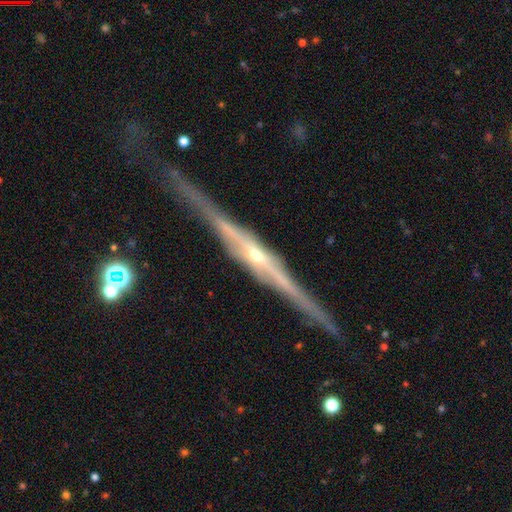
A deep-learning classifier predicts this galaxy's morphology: This appears to be a featured or disk galaxy (87%) viewed edge-on (97%) with a rounded central bulge (66%). Merging: none (80%).